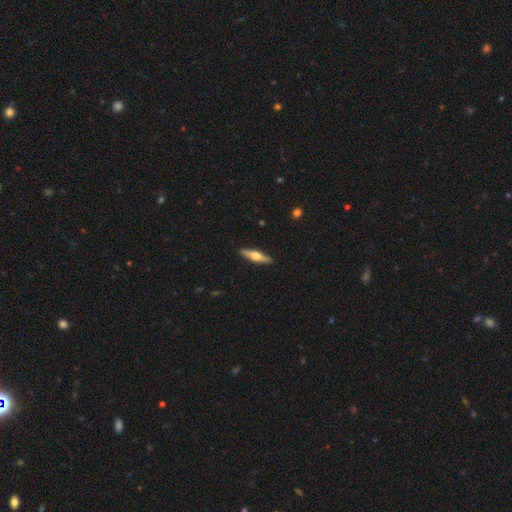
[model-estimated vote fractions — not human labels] Smooth or featured? featured or disk (61%)
Edge-on disk? yes (96%)
Edge-on bulge? rounded (94%)
Merging? none (91%)